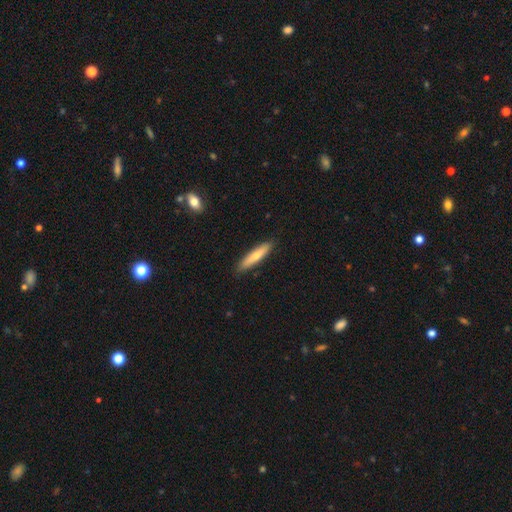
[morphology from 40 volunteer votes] Smooth or featured? 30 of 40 (75%) said smooth. How rounded? 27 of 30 (90%) said cigar-shaped. Merging? 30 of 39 (77%) said none.